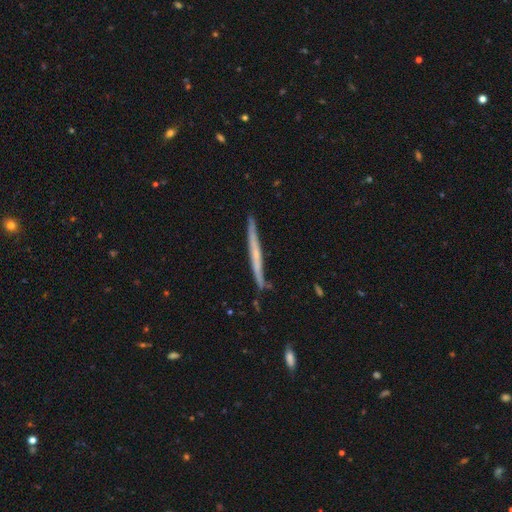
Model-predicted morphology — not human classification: The model was most divided on "smooth or featured": featured or disk: 59%, smooth: 35%, star or artifact: 7%. More confident: edge-on disk — yes (96%); merging — none (82%); edge-on bulge — none (72%).